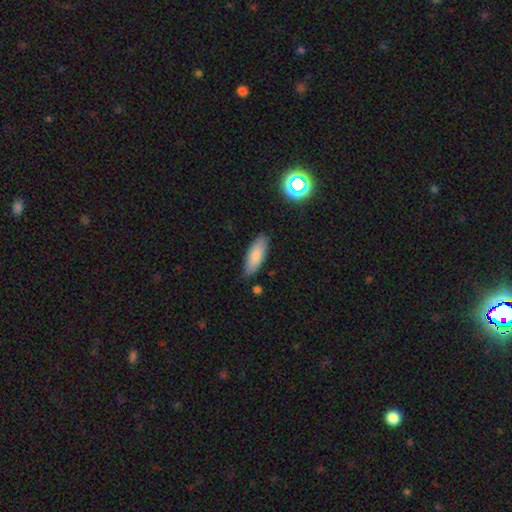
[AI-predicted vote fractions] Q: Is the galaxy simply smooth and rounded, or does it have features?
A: smooth — 83%.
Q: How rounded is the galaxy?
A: in between — 69%.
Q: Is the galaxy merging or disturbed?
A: none — 81%.